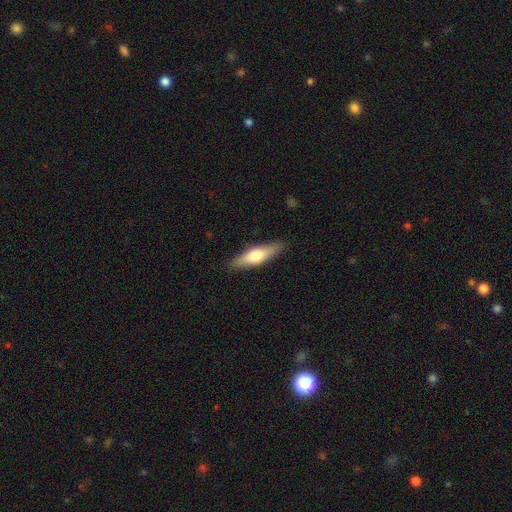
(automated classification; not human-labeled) smooth-or-featured: smooth: 60% | featured or disk: 35% | star or artifact: 6%
  how-rounded: cigar-shaped: 60% | in between: 38% | round: 2%
  merging: none: 88% | minor disturbance: 9% | major disturbance: 2% | merger: 1%